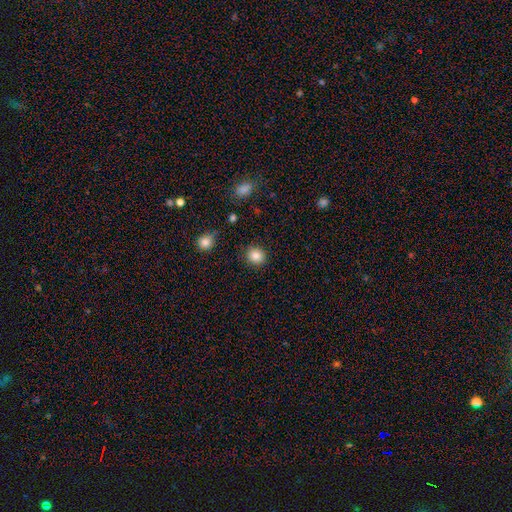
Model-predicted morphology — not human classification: smooth-or-featured: smooth: 86% | star or artifact: 10% | featured or disk: 5%
  how-rounded: round: 83% | in between: 16% | cigar-shaped: 1%
  merging: none: 88% | minor disturbance: 8% | major disturbance: 2% | merger: 2%